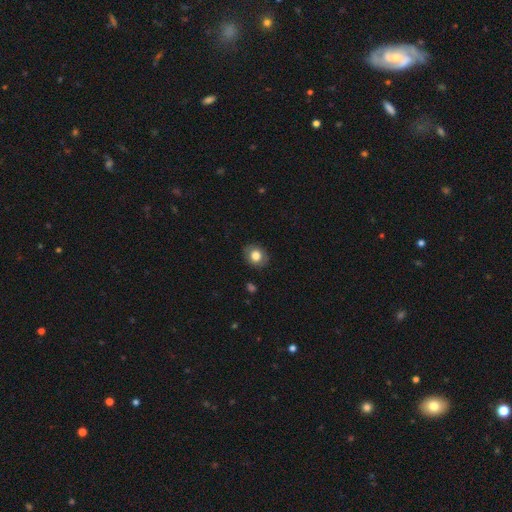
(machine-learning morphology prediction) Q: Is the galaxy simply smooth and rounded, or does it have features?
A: smooth — 78%.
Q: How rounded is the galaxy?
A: round — 62%.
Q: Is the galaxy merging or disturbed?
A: none — 87%.